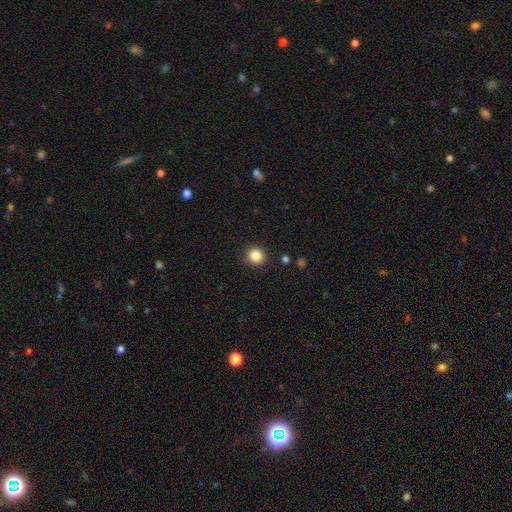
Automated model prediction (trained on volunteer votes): A smooth galaxy with no disk features (85%) that is round (93%).

Vote fractions:
- Smooth or featured? smooth: 85% / star or artifact: 11% / featured or disk: 4%
- How rounded? round: 93% / in between: 6% / cigar-shaped: 1%
- Merging? none: 91% / minor disturbance: 6% / major disturbance: 2% / merger: 1%